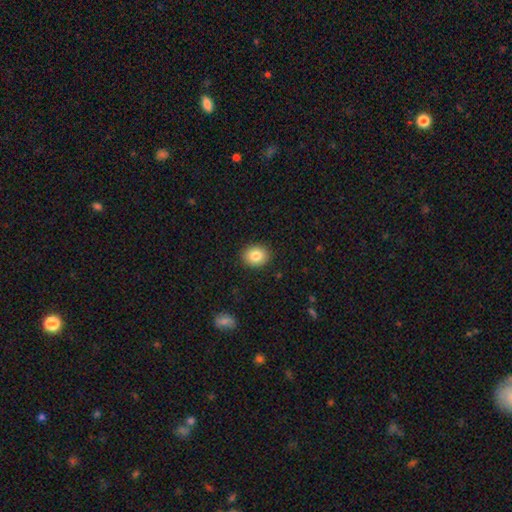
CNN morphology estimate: Q: Smooth or featured?
A: smooth (84%); runner-up: star or artifact (9%)
Q: How rounded?
A: round (59%); runner-up: in between (41%)
Q: Merging?
A: none (90%); runner-up: minor disturbance (7%)